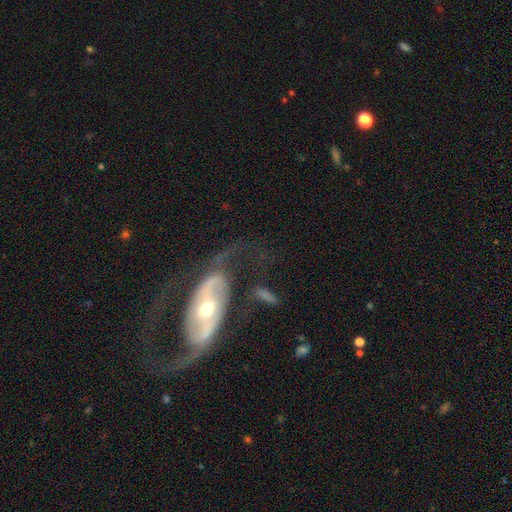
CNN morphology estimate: Smooth or featured? Predicted: featured or disk (p=0.87). Edge-on disk? Predicted: no (p=0.94). Bar? Predicted: no (p=0.42). Spiral arms? Predicted: yes (p=0.90). Spiral winding? Predicted: medium (p=0.43). Spiral arm count? Predicted: 2 (p=0.90). Bulge size? Predicted: moderate (p=0.57). Merging? Predicted: none (p=0.60).